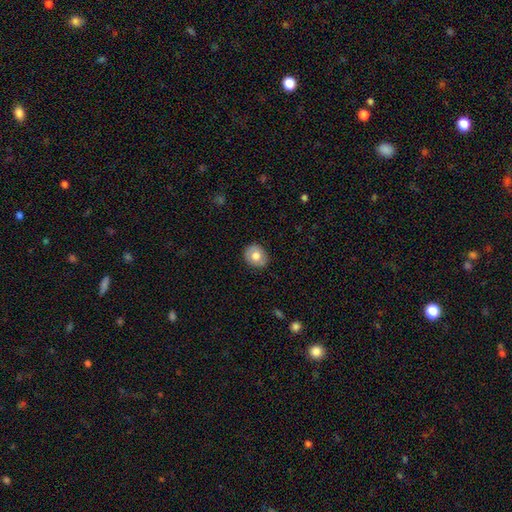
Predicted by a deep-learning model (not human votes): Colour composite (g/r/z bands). It shows a smooth galaxy with no disk features (74%) that is round (70%). Merging: none (86%).